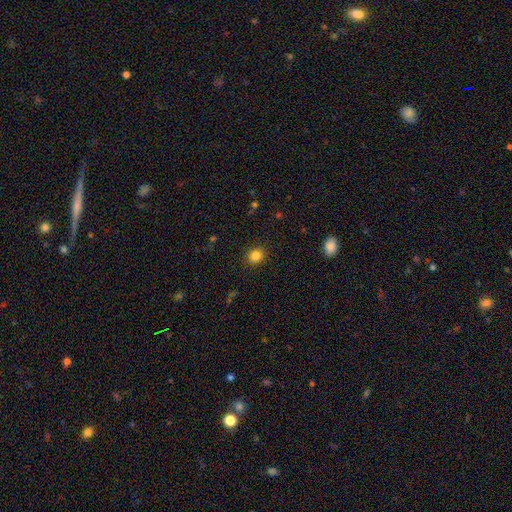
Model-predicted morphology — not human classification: Smooth or featured?
  - smooth: 84% *
  - star or artifact: 11%
  - featured or disk: 5%
How rounded?
  - round: 70% *
  - in between: 29%
  - cigar-shaped: 1%
Merging?
  - none: 89% *
  - minor disturbance: 8%
  - major disturbance: 2%
  - merger: 1%